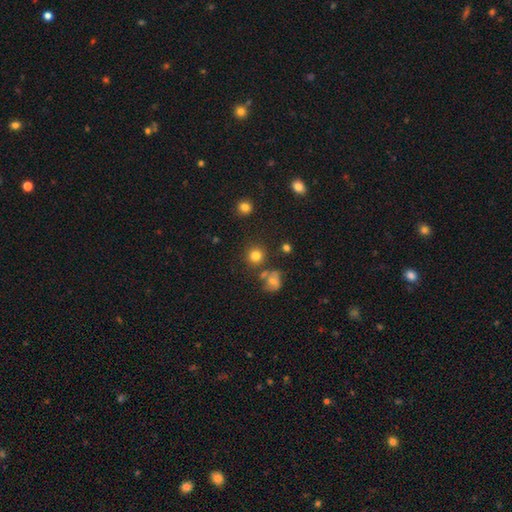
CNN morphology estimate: This appears to be a smooth galaxy with no disk features (80%) that is round (91%). Merging: none (79%).